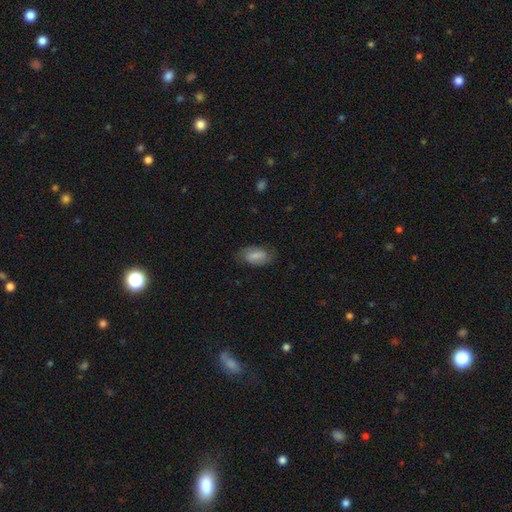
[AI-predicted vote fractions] Q: Smooth or featured?
A: smooth (62%); runner-up: featured or disk (31%)
Q: How rounded?
A: in between (91%); runner-up: round (6%)
Q: Merging?
A: none (74%); runner-up: minor disturbance (19%)